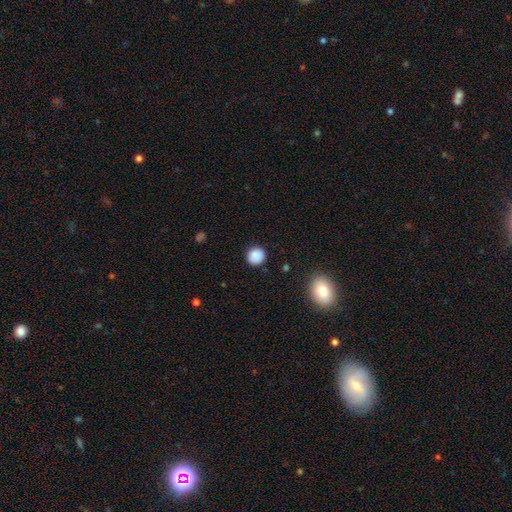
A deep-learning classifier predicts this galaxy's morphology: A smooth galaxy with no disk features (86%) that is round (92%). Merging: none (88%).